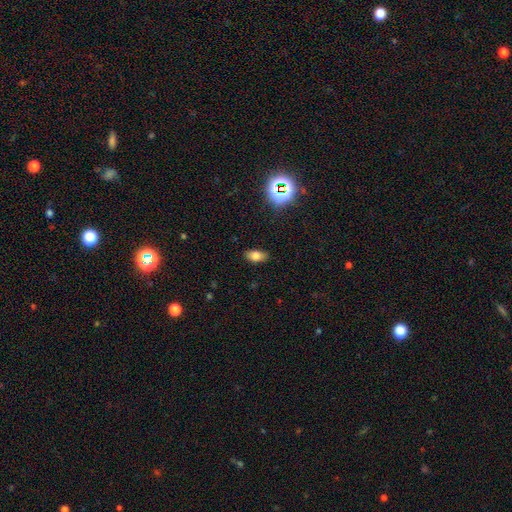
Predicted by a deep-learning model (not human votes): smooth 76%, star or artifact 14%, featured or disk 10%. Down the decision tree: how rounded — in between (88%); merging — none (85%).